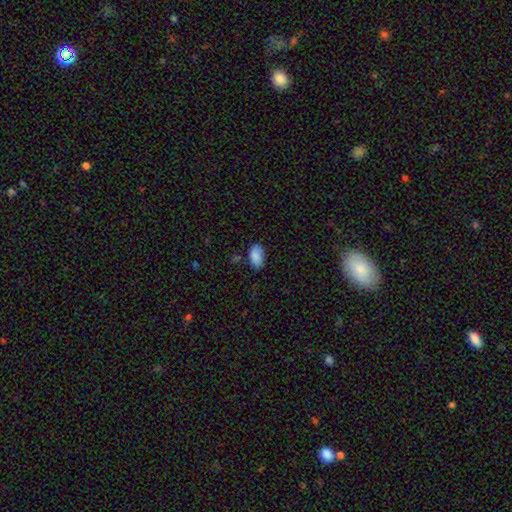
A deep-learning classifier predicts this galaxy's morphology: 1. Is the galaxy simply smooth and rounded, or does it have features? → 87% smooth, 7% star or artifact, 5% featured or disk.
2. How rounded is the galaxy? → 94% in between, 4% round, 2% cigar-shaped.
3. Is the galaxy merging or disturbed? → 73% none, 20% minor disturbance, 4% major disturbance, 3% merger.